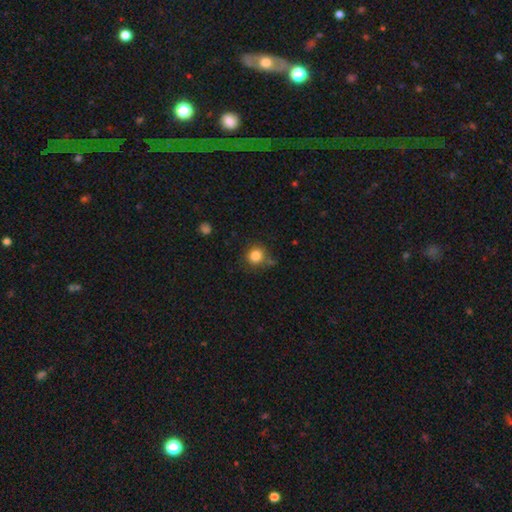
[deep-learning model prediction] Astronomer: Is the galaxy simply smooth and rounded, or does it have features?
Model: smooth — 84%.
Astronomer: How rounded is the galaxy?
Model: round — 92%.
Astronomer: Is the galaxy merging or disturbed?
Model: none — 77%.